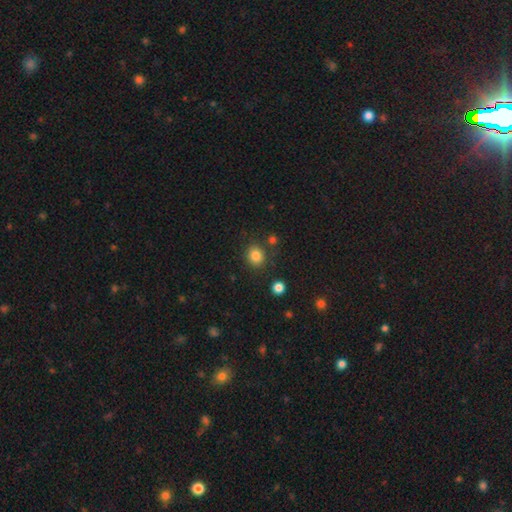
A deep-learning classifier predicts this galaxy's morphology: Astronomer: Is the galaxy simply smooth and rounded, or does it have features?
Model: smooth — 84%.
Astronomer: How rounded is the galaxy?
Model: round — 77%.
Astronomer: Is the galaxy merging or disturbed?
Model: none — 82%.